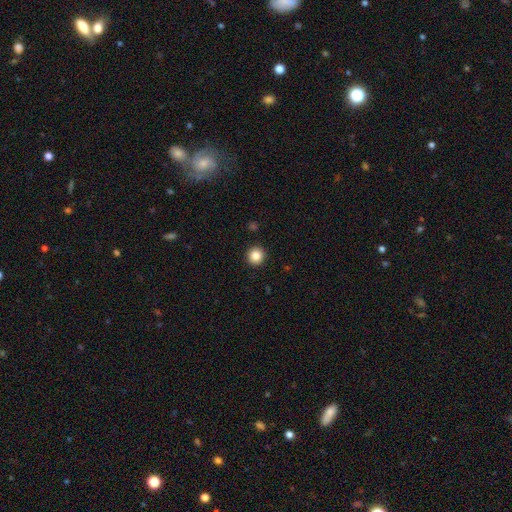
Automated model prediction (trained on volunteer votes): Overall: smooth (85%). How rounded: round (95%). Merging: none (93%).